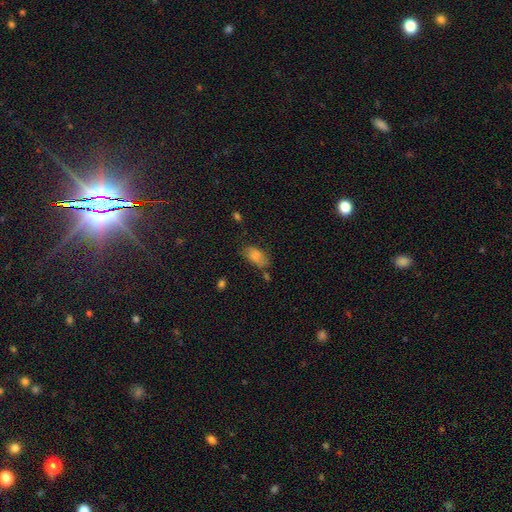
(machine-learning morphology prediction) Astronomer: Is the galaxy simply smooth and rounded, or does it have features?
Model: smooth — 81%.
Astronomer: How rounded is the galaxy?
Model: in between — 92%.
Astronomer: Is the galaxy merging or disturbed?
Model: none — 59%.